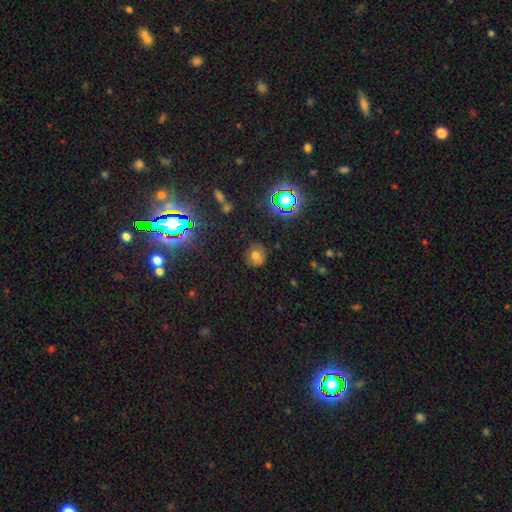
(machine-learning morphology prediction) A smooth galaxy with no disk features (65%) that is round (81%). Merging: none (79%).